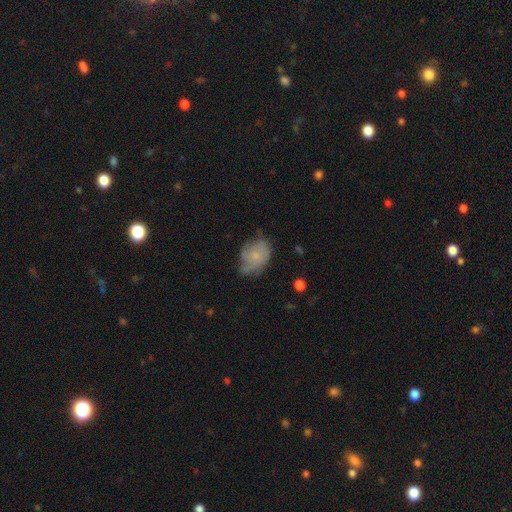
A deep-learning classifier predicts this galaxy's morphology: This appears to be a smooth galaxy with no disk features (52%) that is in between round and cigar-shaped (74%). Merging: none (46%).